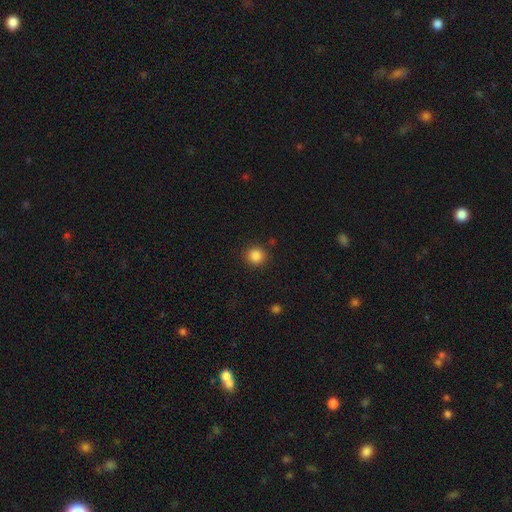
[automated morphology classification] A smooth galaxy with no disk features (85%) that is round (90%).

Vote fractions:
- Smooth or featured? smooth: 85% / star or artifact: 11% / featured or disk: 4%
- How rounded? round: 90% / in between: 9% / cigar-shaped: 1%
- Merging? none: 90% / minor disturbance: 7% / major disturbance: 2% / merger: 2%